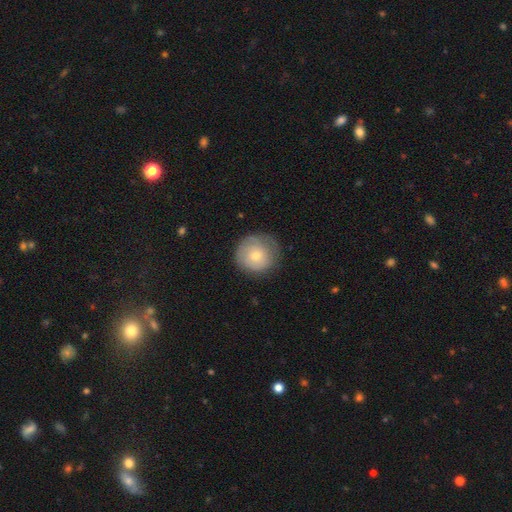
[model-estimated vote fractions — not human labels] Q: Smooth or featured?
A: smooth (67%); runner-up: featured or disk (26%)
Q: How rounded?
A: round (93%); runner-up: in between (6%)
Q: Merging?
A: none (71%); runner-up: minor disturbance (21%)